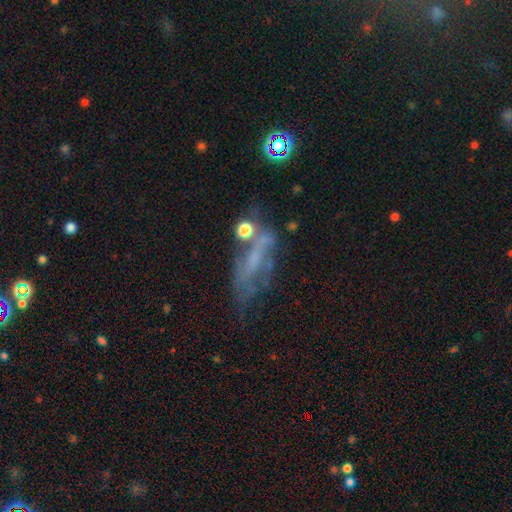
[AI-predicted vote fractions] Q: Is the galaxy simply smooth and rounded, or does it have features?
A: featured or disk — 54%.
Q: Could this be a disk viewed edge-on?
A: no — 77%.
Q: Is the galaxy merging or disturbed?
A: none — 37%.